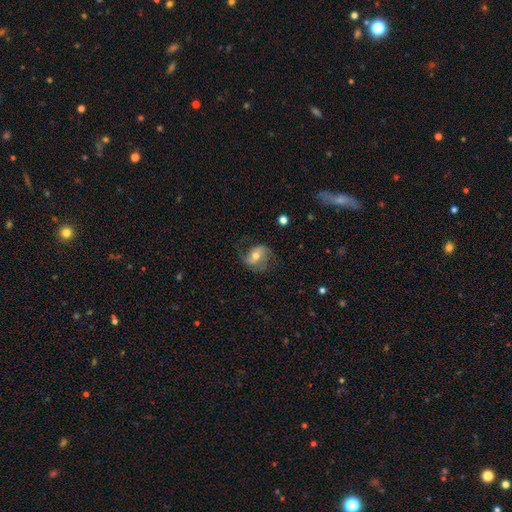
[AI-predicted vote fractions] Morphology: type=featured or disk (63%); edge-on=no (96%); bar=no (45%); spiral arms=yes (88%); winding=loose (49%); arm count=2 (75%); bulge=moderate (68%); merging=none (61%).